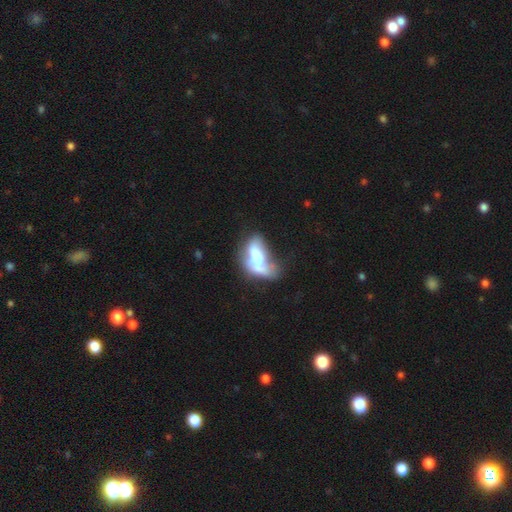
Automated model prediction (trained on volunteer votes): smooth_or_featured: smooth (p=0.49) [alt: featured or disk p=0.42]
merging: merger (p=0.33) [alt: major disturbance p=0.31]